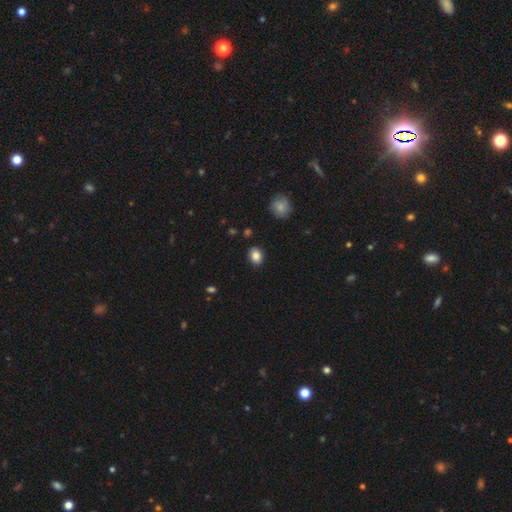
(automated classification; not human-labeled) The model was most divided on "how rounded": in between: 56%, round: 43%, cigar-shaped: 1%. More confident: merging — none (87%); smooth or featured — smooth (86%).